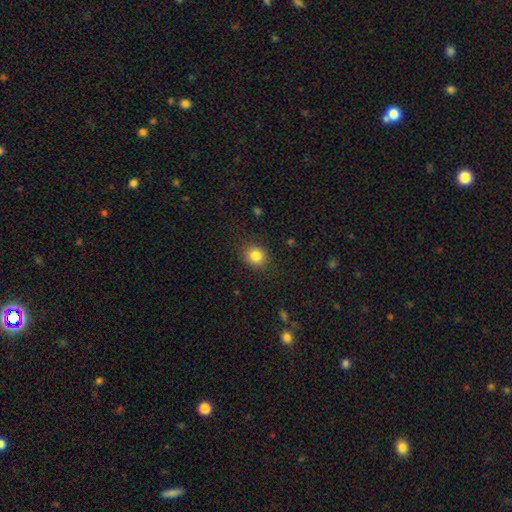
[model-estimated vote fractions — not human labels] A smooth galaxy with no disk features (84%) that is round (76%). Merging: none (88%).